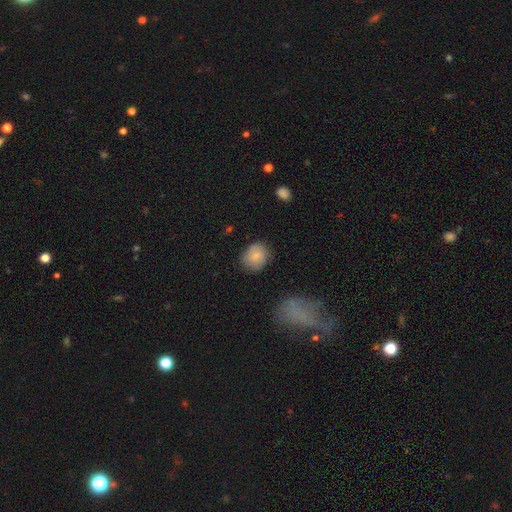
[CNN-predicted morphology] smooth-or-featured: smooth: 75% | featured or disk: 17% | star or artifact: 8%
  how-rounded: round: 68% | in between: 31% | cigar-shaped: 1%
  merging: none: 75% | minor disturbance: 19% | major disturbance: 4% | merger: 2%